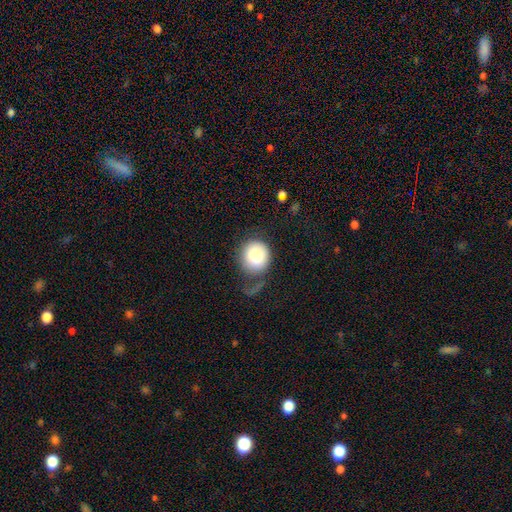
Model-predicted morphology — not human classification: A smooth galaxy with no disk features (77%) that is round (78%).

Vote fractions:
- Smooth or featured? smooth: 77% / featured or disk: 16% / star or artifact: 7%
- How rounded? round: 78% / in between: 21% / cigar-shaped: 1%
- Merging? none: 44% / major disturbance: 27% / minor disturbance: 25% / merger: 5%